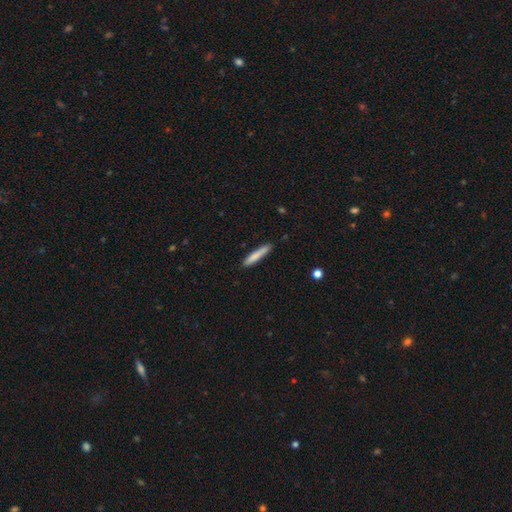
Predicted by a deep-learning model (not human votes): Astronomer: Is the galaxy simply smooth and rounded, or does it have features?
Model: smooth — 80%.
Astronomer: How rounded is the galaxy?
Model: cigar-shaped — 93%.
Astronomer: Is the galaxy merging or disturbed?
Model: none — 86%.